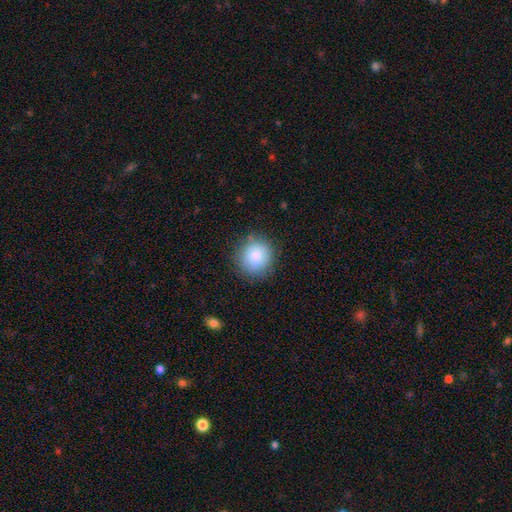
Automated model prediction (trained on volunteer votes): smooth 82%, star or artifact 9%, featured or disk 9%. Down the decision tree: how rounded — round (90%); merging — none (81%).